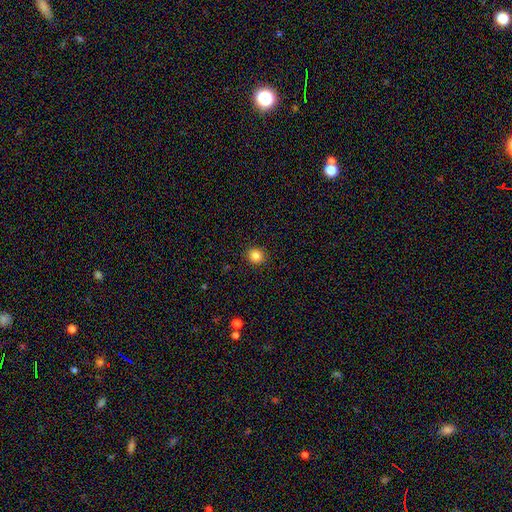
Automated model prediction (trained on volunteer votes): This appears to be a smooth galaxy with no disk features (85%) that is round (87%). Merging: none (91%).